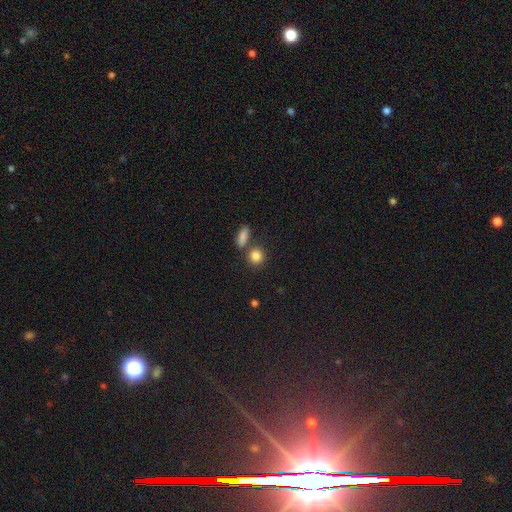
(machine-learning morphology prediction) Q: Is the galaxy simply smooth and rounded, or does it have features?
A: smooth — 85%.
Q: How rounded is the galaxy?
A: round — 79%.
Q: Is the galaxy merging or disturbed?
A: none — 67%.